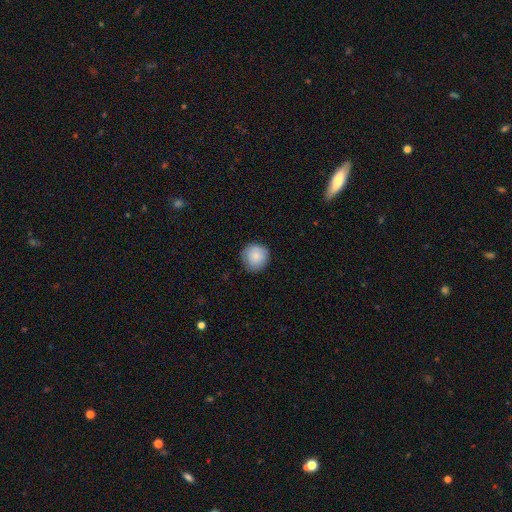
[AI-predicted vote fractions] smooth-or-featured: smooth: 85% | featured or disk: 8% | star or artifact: 7%
  how-rounded: round: 94% | in between: 5% | cigar-shaped: 1%
  merging: none: 84% | minor disturbance: 13% | major disturbance: 2% | merger: 1%